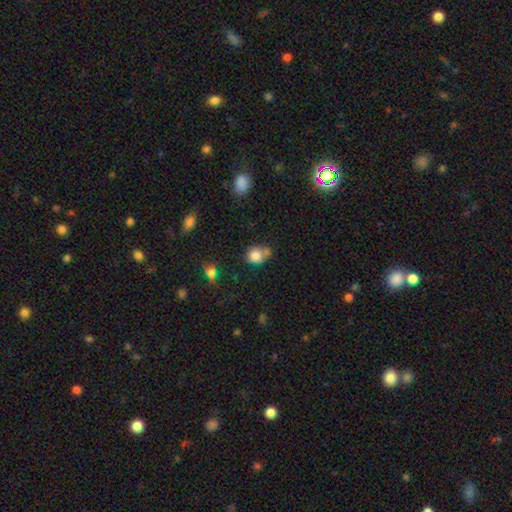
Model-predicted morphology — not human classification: A smooth galaxy with no disk features (79%) that is round (71%). Merging: none (50%).